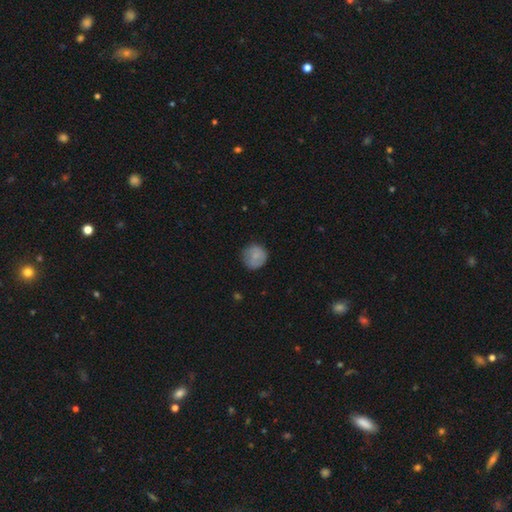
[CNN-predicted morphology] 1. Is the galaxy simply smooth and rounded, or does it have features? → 78% smooth, 15% featured or disk, 7% star or artifact.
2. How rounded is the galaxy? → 92% round, 7% in between, 1% cigar-shaped.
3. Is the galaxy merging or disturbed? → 78% none, 16% minor disturbance, 4% major disturbance, 1% merger.